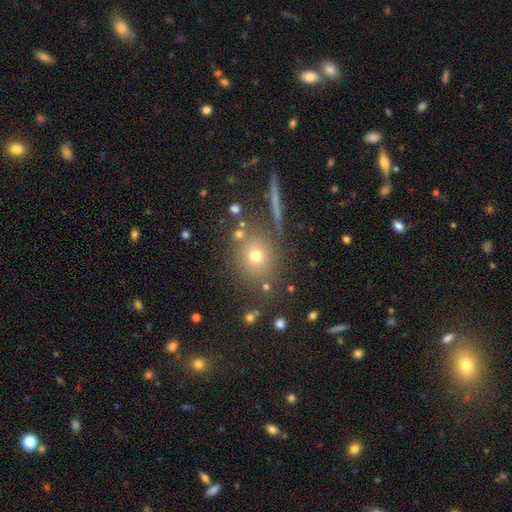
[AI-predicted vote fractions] This is likely a smooth galaxy (69%). How rounded: likely round (75%). Merging: likely none (77%).